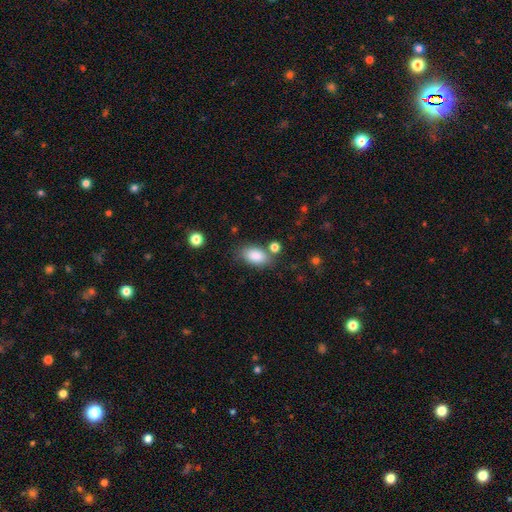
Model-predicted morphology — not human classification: smooth-or-featured: smooth: 87% | star or artifact: 7% | featured or disk: 5%
  how-rounded: in between: 90% | round: 7% | cigar-shaped: 2%
  merging: none: 70% | minor disturbance: 15% | merger: 10% | major disturbance: 5%